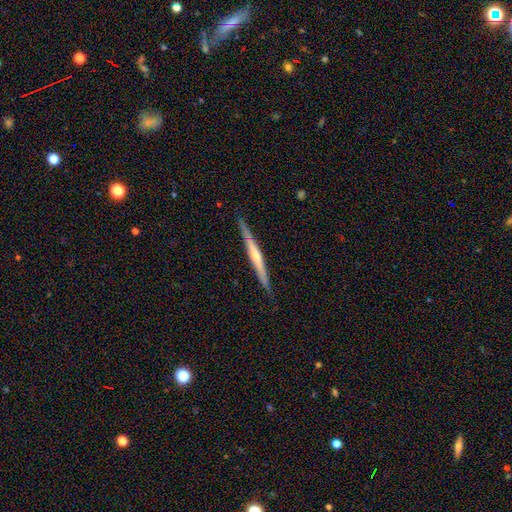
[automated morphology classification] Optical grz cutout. It shows a featured or disk galaxy (69%) viewed edge-on (97%) with a rounded central bulge (58%). Merging: none (88%).